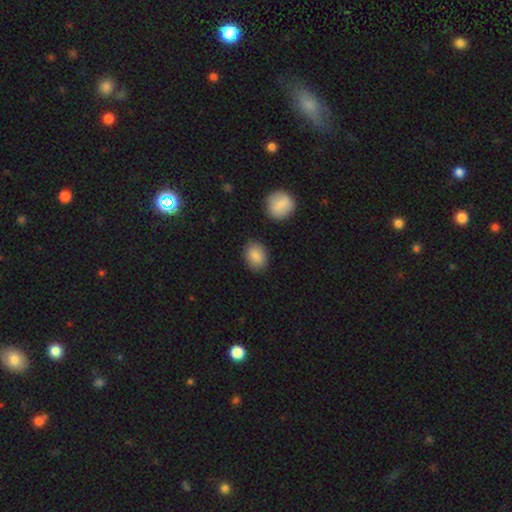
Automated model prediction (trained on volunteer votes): The model was most divided on "how rounded": in between: 72%, round: 27%, cigar-shaped: 1%. More confident: smooth or featured — smooth (87%); merging — none (83%).